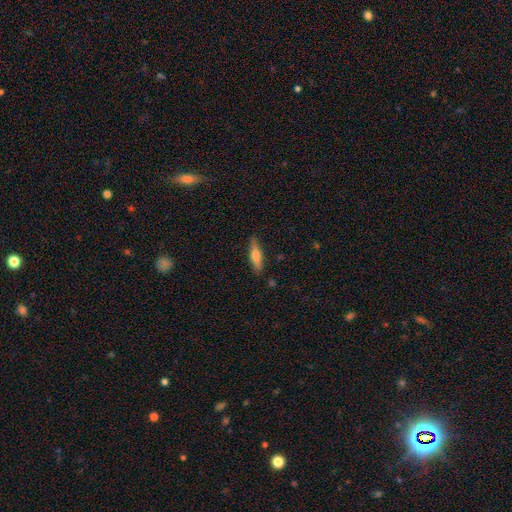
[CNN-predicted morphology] Smooth or featured? Predicted: smooth (p=0.62). How rounded? Predicted: cigar-shaped (p=0.69). Merging? Predicted: none (p=0.83).